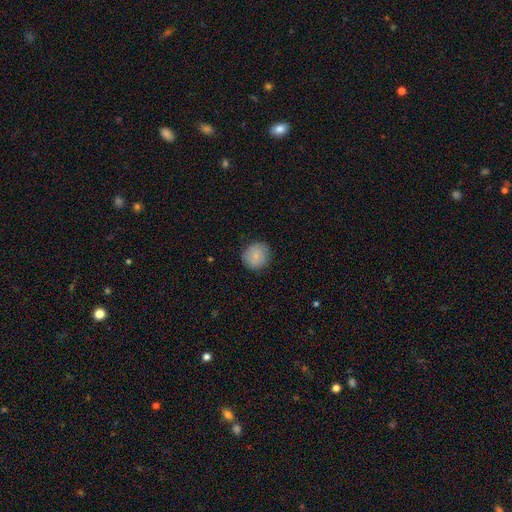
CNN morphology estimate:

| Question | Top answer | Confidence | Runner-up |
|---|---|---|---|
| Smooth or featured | smooth | 83% | featured or disk (10%) |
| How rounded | round | 87% | in between (12%) |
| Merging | none | 85% | minor disturbance (12%) |